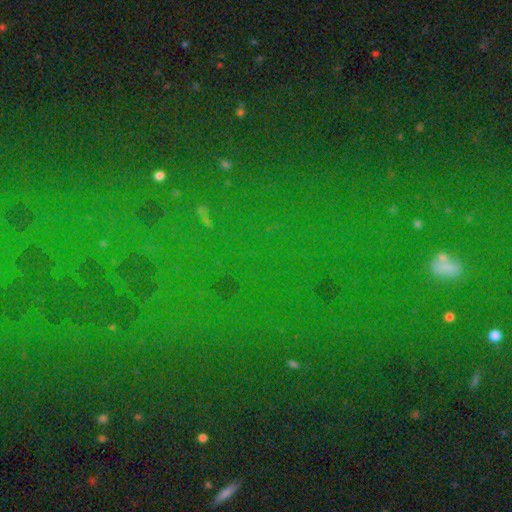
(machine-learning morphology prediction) Overall: star or artifact (76%).